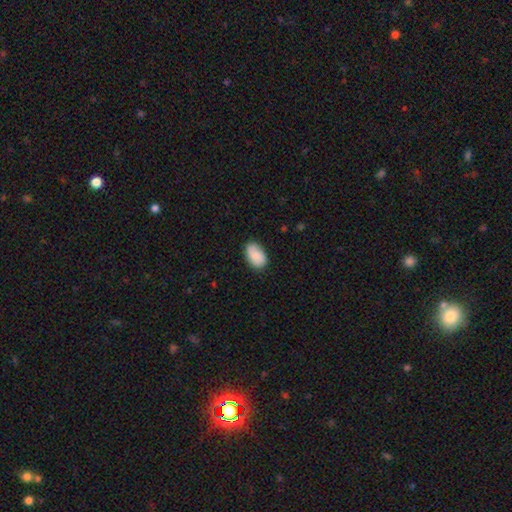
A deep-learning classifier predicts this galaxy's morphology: Smooth or featured?
  - smooth: 85% *
  - featured or disk: 9%
  - star or artifact: 7%
How rounded?
  - in between: 91% *
  - round: 8%
  - cigar-shaped: 1%
Merging?
  - none: 73% *
  - minor disturbance: 22%
  - major disturbance: 4%
  - merger: 2%